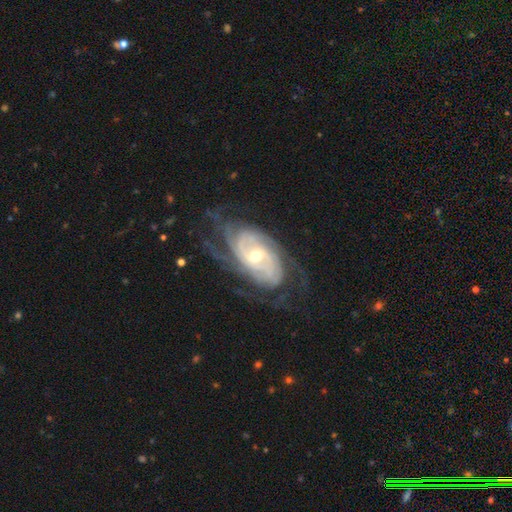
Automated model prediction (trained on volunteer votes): The model was most divided on "spiral arm count": can't tell: 35%, 2: 20%, 3: 16%, 4: 15%, more than 4: 9%, 1: 6%. More confident: spiral arms — yes (96%); edge-on disk — no (94%); smooth or featured — featured or disk (88%); merging — none (69%); spiral winding — tight (67%); bulge size — moderate (56%); bar — no (51%).